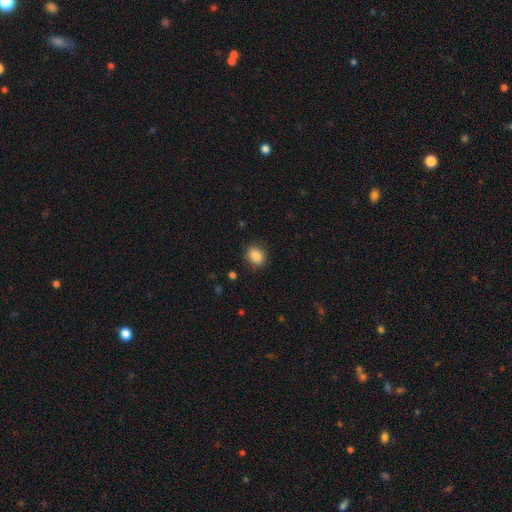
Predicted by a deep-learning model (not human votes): Smooth or featured?
  - smooth: 87% *
  - star or artifact: 9%
  - featured or disk: 4%
How rounded?
  - round: 51% *
  - in between: 48%
  - cigar-shaped: 1%
Merging?
  - none: 86% *
  - minor disturbance: 10%
  - major disturbance: 3%
  - merger: 1%